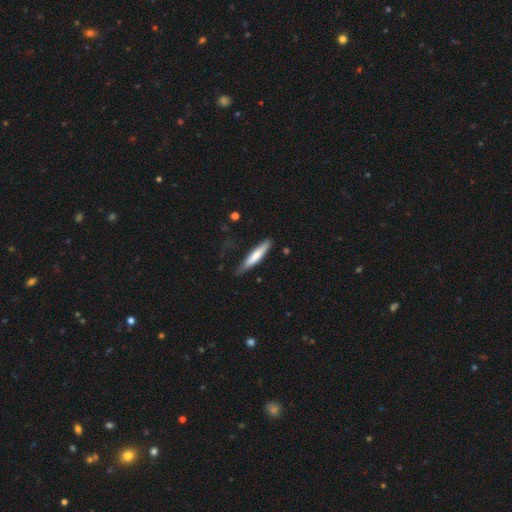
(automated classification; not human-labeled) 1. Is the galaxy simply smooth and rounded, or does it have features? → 67% smooth, 28% featured or disk, 5% star or artifact.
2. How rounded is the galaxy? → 90% cigar-shaped, 9% in between, 1% round.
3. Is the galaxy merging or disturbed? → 72% none, 22% minor disturbance, 5% major disturbance, 2% merger.